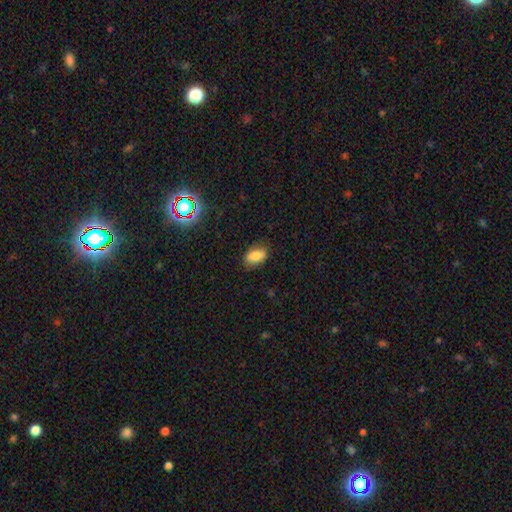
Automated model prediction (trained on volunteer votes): The model was most divided on "merging": none: 79%, minor disturbance: 16%, major disturbance: 4%, merger: 1%. More confident: how rounded — in between (89%); smooth or featured — smooth (81%).